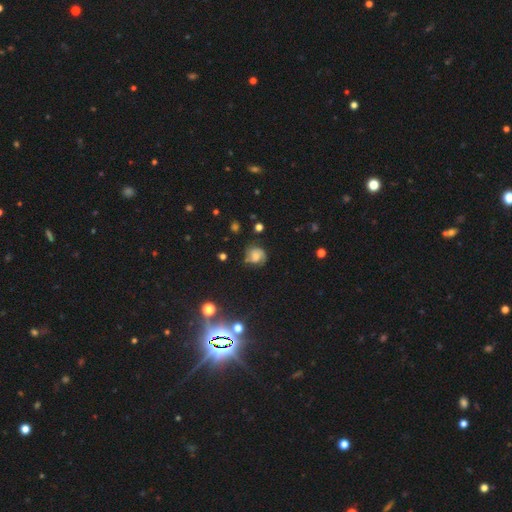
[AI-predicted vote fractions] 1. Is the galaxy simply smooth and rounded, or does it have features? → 50% featured or disk, 37% smooth, 14% star or artifact.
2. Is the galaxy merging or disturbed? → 66% none, 22% minor disturbance, 10% major disturbance, 2% merger.